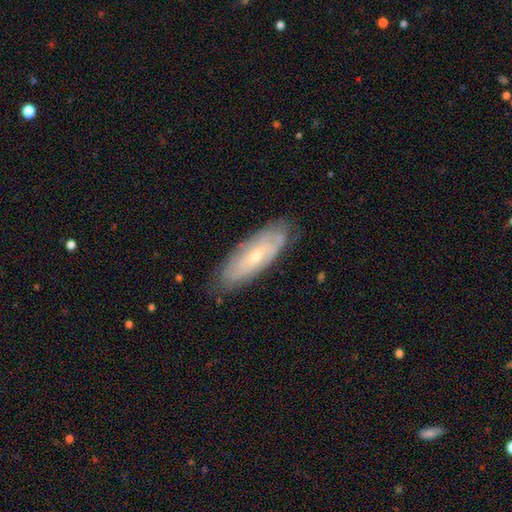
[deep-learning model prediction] featured or disk 64%, smooth 29%, star or artifact 7%. Down the decision tree: edge-on disk — no (80%); bar — no (73%); spiral arms — yes (74%); bulge size — small (67%); merging — none (79%).